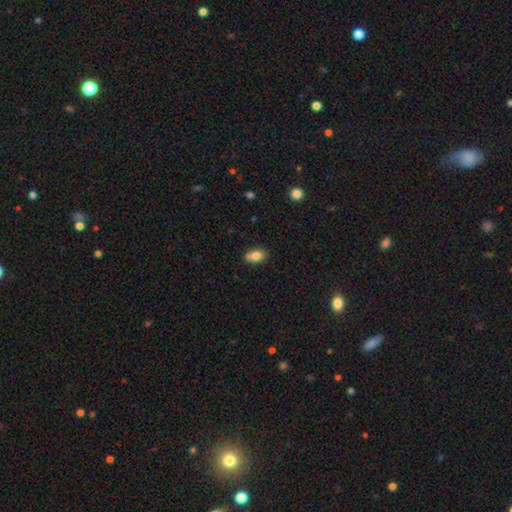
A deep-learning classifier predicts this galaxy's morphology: A smooth galaxy with no disk features (79%) that is in between round and cigar-shaped (78%).

Vote fractions:
- Smooth or featured? smooth: 79% / featured or disk: 12% / star or artifact: 9%
- How rounded? in between: 78% / round: 20% / cigar-shaped: 2%
- Merging? none: 62% / minor disturbance: 19% / merger: 16% / major disturbance: 4%